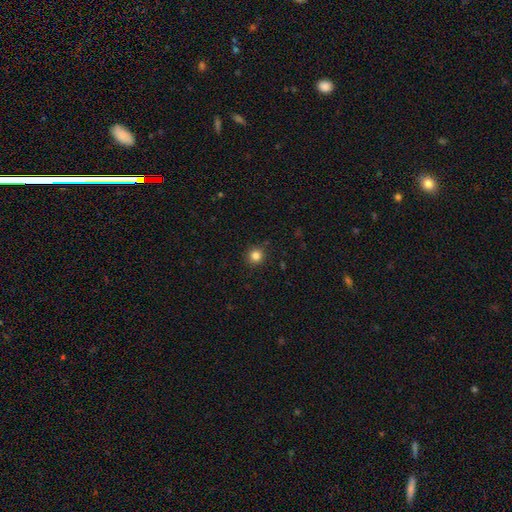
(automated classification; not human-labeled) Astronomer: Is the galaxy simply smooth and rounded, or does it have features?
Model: smooth — 83%.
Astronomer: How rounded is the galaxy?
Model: round — 92%.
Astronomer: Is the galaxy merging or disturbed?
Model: none — 89%.